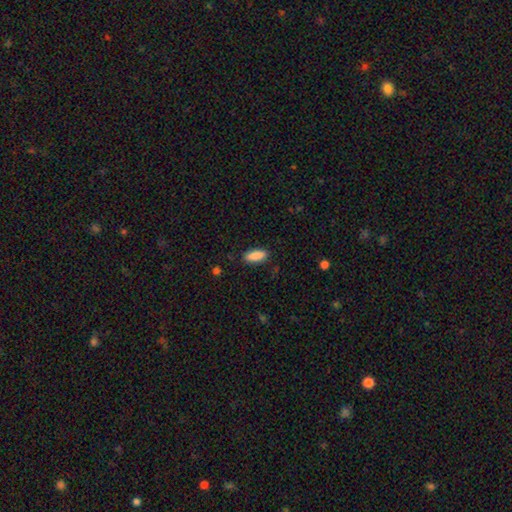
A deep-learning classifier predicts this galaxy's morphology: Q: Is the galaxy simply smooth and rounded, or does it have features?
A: smooth — 89%.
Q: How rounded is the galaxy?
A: in between — 77%.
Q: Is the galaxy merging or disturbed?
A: none — 88%.